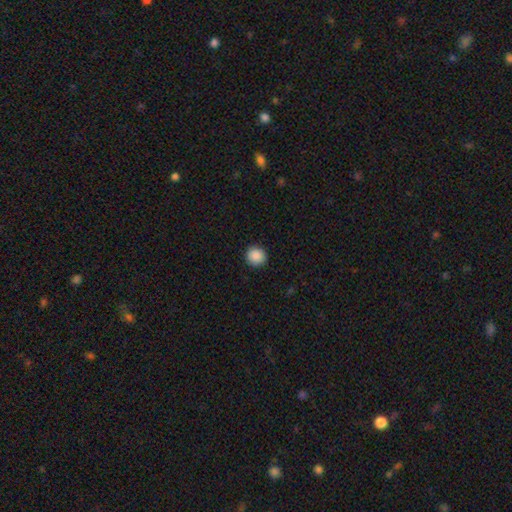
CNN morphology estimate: Smooth or featured? Predicted: smooth (p=0.89). How rounded? Predicted: round (p=0.92). Merging? Predicted: none (p=0.91).